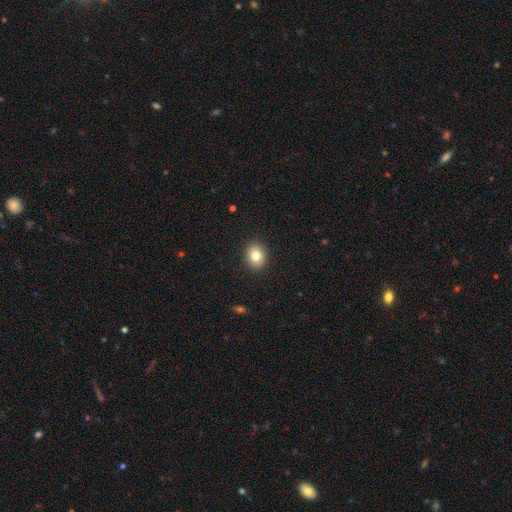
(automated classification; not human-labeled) Overall: smooth (80%). How rounded: round (58%; in between 41%). Merging: none (90%).